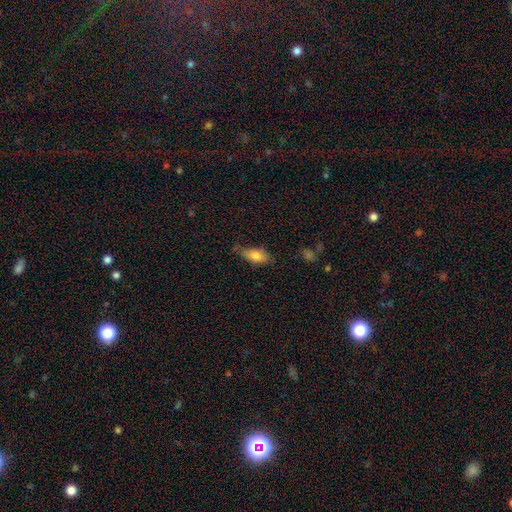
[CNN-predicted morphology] The model was most divided on "merging": none: 59%, minor disturbance: 30%, major disturbance: 8%, merger: 3%. More confident: how rounded — in between (85%); smooth or featured — smooth (79%).